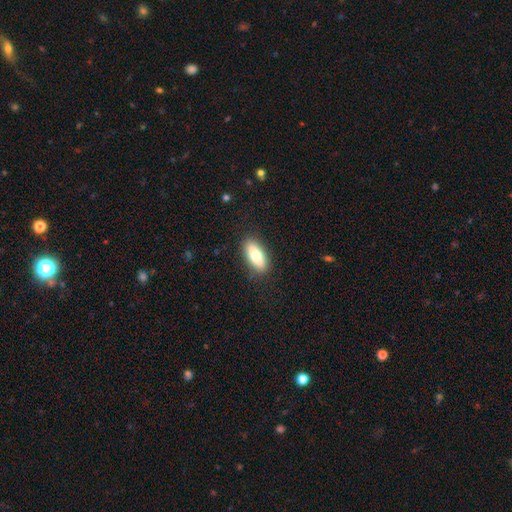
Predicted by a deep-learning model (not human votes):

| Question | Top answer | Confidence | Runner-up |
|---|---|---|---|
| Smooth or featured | smooth | 73% | featured or disk (20%) |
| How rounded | in between | 82% | cigar-shaped (15%) |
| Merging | none | 87% | minor disturbance (10%) |